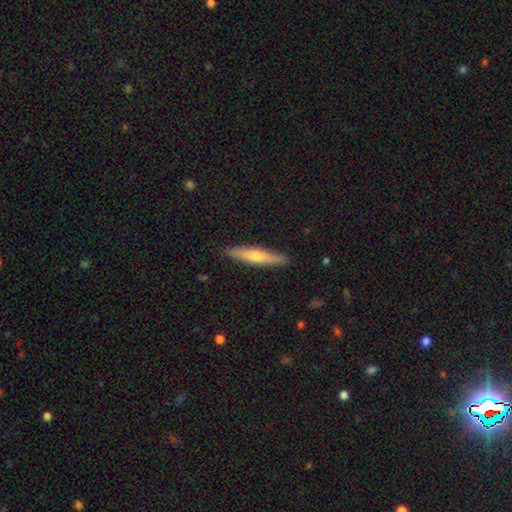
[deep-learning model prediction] Morphology: type=smooth (54%); roundness=cigar-shaped (89%); merging=none (89%).